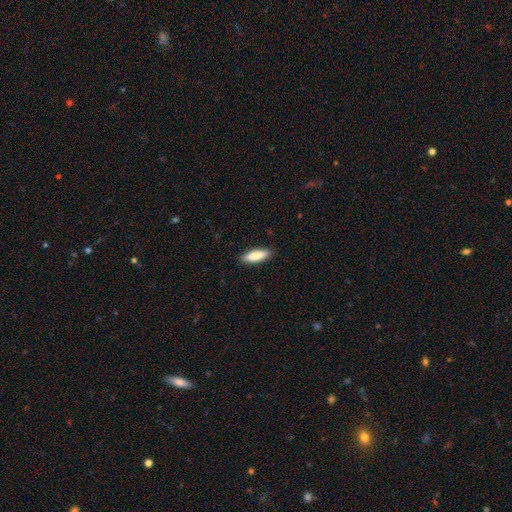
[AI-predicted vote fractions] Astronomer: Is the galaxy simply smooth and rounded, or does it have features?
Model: smooth — 84%.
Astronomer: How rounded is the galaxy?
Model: cigar-shaped — 50% (runner-up: in between, 48%).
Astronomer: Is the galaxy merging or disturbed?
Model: none — 90%.